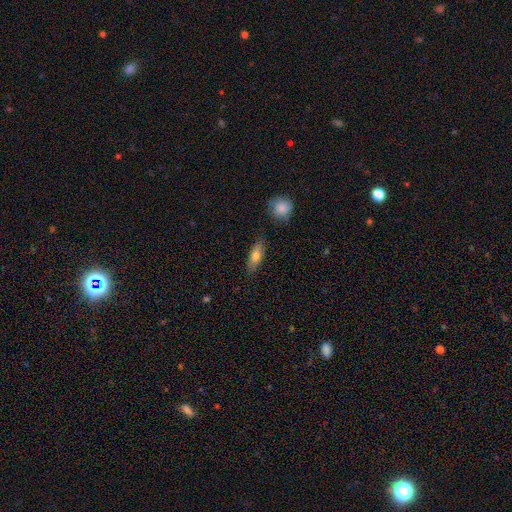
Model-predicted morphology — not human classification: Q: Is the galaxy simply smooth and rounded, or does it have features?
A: smooth — 74%.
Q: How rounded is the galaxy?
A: in between — 70%.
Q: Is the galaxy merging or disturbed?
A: none — 80%.